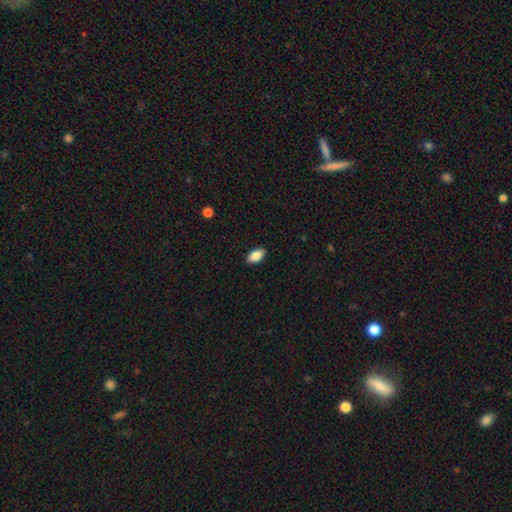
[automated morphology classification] A smooth galaxy with no disk features (87%) that is in between round and cigar-shaped (93%). Merging: none (89%).